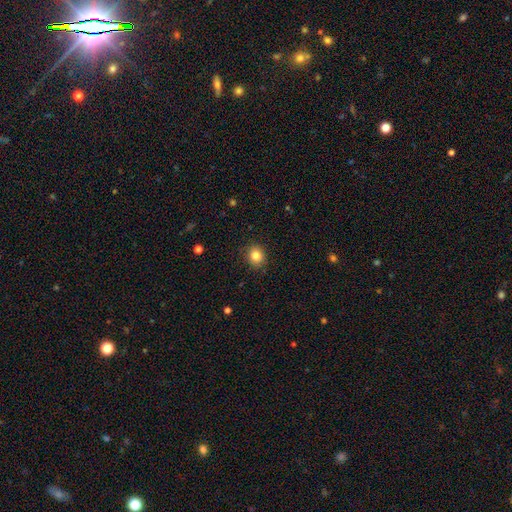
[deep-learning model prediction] Smooth or featured? Predicted: smooth (p=0.83). How rounded? Predicted: round (p=0.77). Merging? Predicted: none (p=0.89).